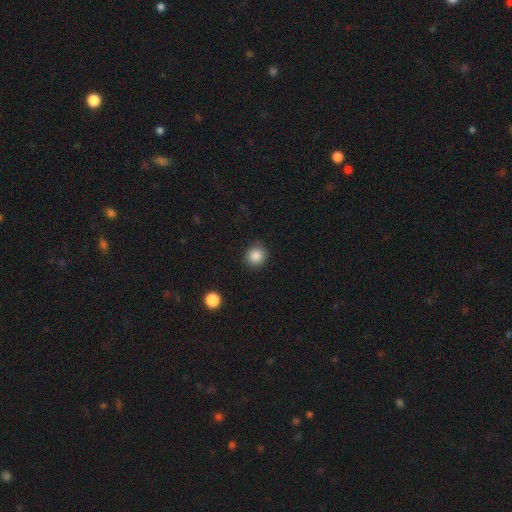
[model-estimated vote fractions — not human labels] smooth 87%, star or artifact 10%, featured or disk 4%. Down the decision tree: how rounded — round (88%); merging — none (87%).